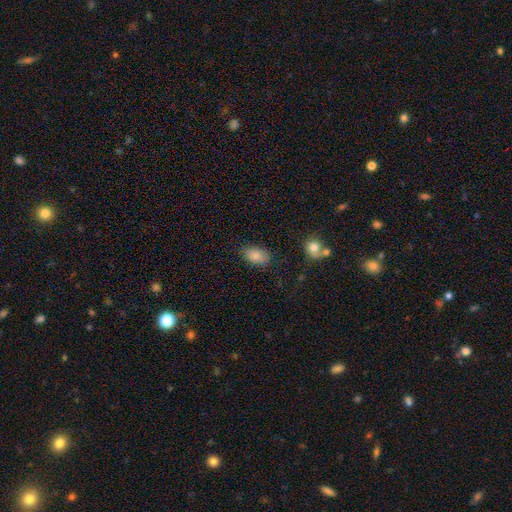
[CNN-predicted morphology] Smooth or featured: smooth — 85% (star or artifact — 8%)
How rounded: in between — 90% (round — 8%)
Merging: none — 82% (minor disturbance — 13%)